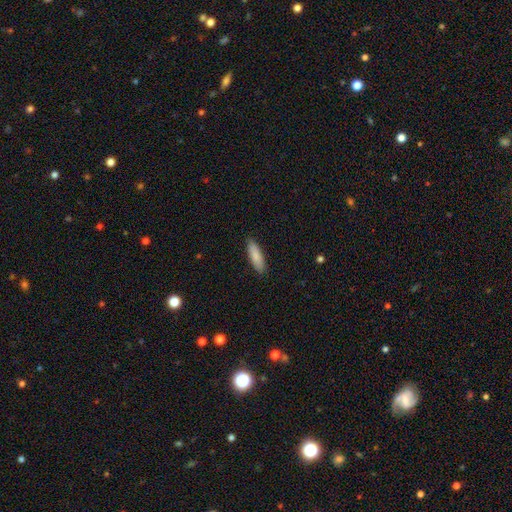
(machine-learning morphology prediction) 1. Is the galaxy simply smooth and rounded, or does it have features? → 85% smooth, 9% featured or disk, 6% star or artifact.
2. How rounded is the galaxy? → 51% cigar-shaped, 47% in between, 2% round.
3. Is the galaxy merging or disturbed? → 89% none, 9% minor disturbance, 2% major disturbance, 1% merger.